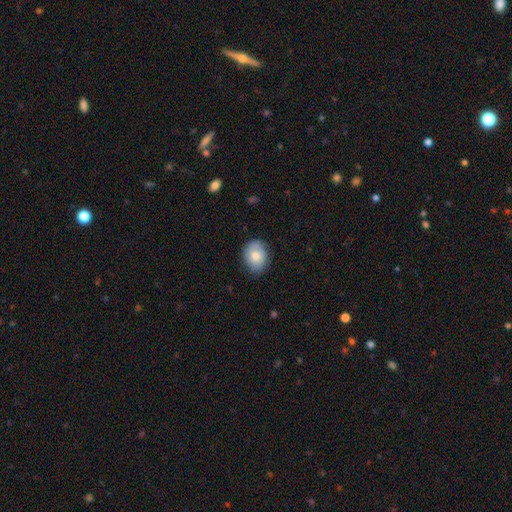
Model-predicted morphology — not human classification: smooth-or-featured: smooth: 80% | featured or disk: 13% | star or artifact: 7%
  how-rounded: in between: 54% | round: 45% | cigar-shaped: 1%
  merging: none: 79% | minor disturbance: 17% | major disturbance: 3% | merger: 1%